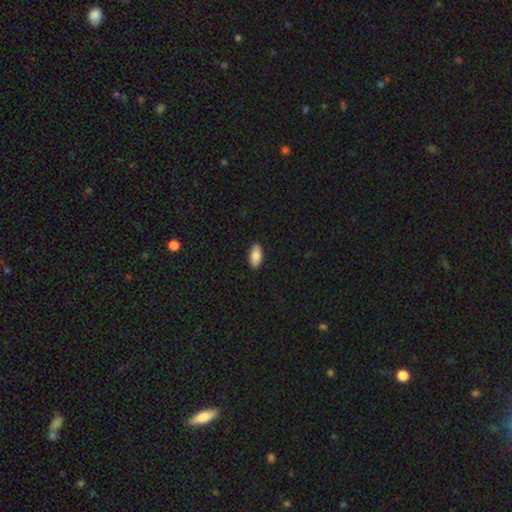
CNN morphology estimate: A smooth galaxy with no disk features (83%) that is in between round and cigar-shaped (91%).

Vote fractions:
- Smooth or featured? smooth: 83% / featured or disk: 11% / star or artifact: 6%
- How rounded? in between: 91% / cigar-shaped: 7% / round: 2%
- Merging? none: 89% / minor disturbance: 8% / major disturbance: 2% / merger: 1%